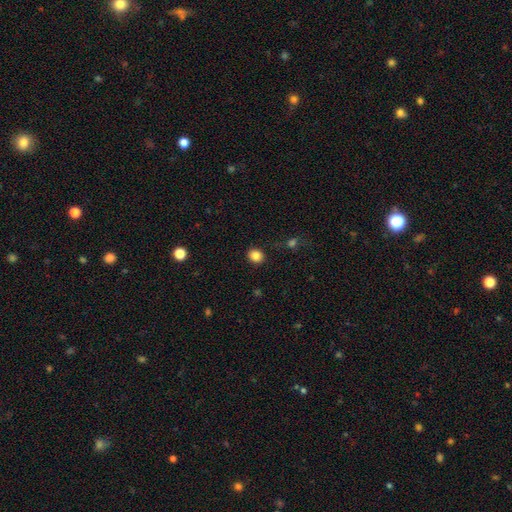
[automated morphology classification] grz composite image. It shows a smooth galaxy with no disk features (84%) that is round (80%). Merging: none (88%).